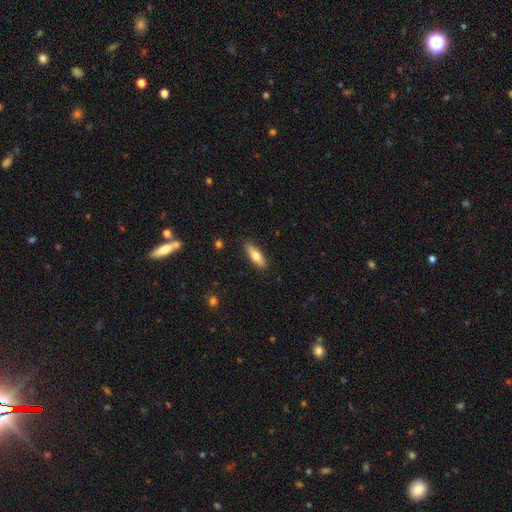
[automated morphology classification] Smooth or featured?
  - smooth: 67% *
  - featured or disk: 27%
  - star or artifact: 6%
How rounded?
  - in between: 50% *
  - cigar-shaped: 48%
  - round: 2%
Merging?
  - none: 88% *
  - minor disturbance: 9%
  - major disturbance: 2%
  - merger: 1%